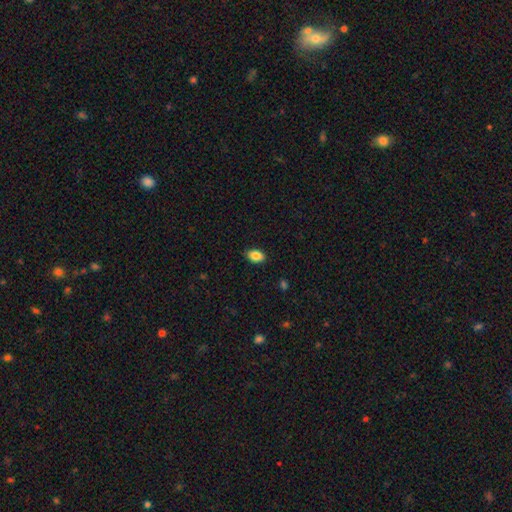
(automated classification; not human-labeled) Overall: smooth (87%). How rounded: in between (88%). Merging: none (87%).